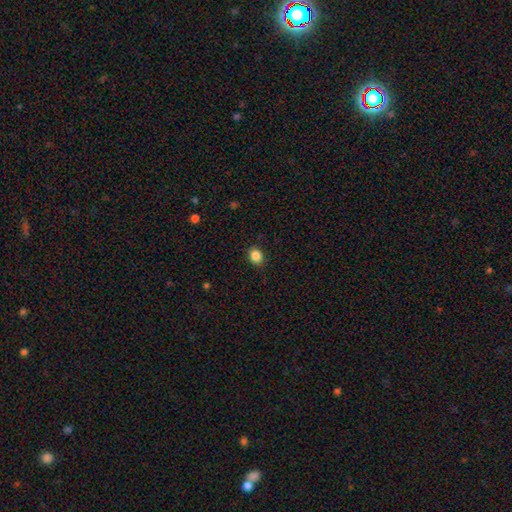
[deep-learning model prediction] A smooth galaxy with no disk features (86%) that is round (52%). Merging: none (88%).